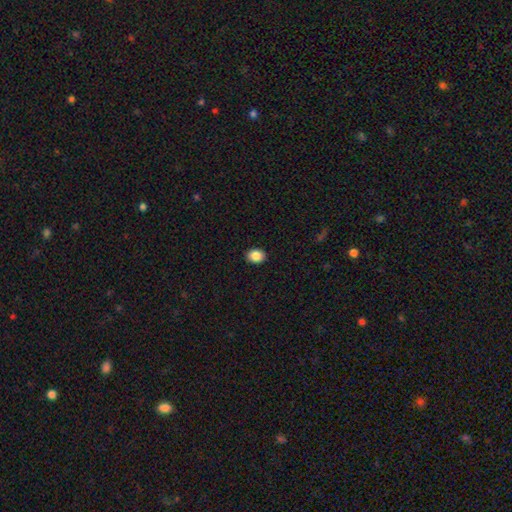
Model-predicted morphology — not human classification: This is clearly a smooth galaxy (88%). How rounded: possibly in between (54%). Merging: clearly none (91%).